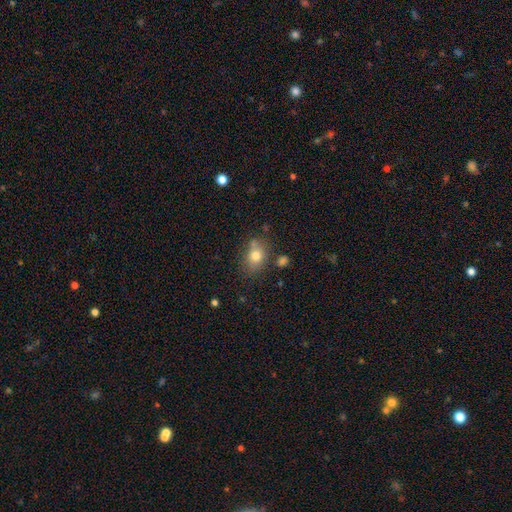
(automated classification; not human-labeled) Smooth or featured? Predicted: smooth (p=0.77). How rounded? Predicted: in between (p=0.64). Merging? Predicted: none (p=0.68).